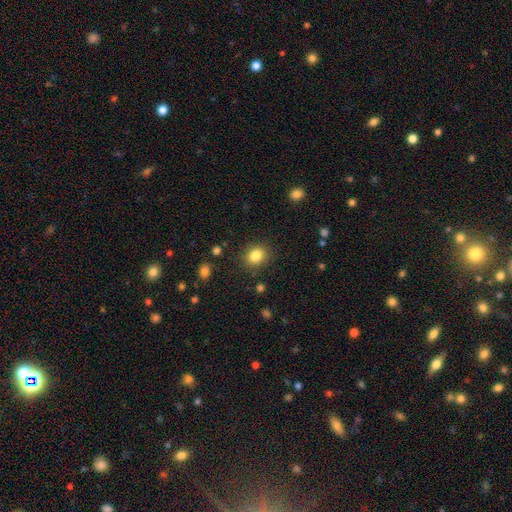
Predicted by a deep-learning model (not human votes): Smooth or featured: smooth — 83% (star or artifact — 10%)
How rounded: round — 57% (in between — 42%)
Merging: none — 85% (minor disturbance — 10%)